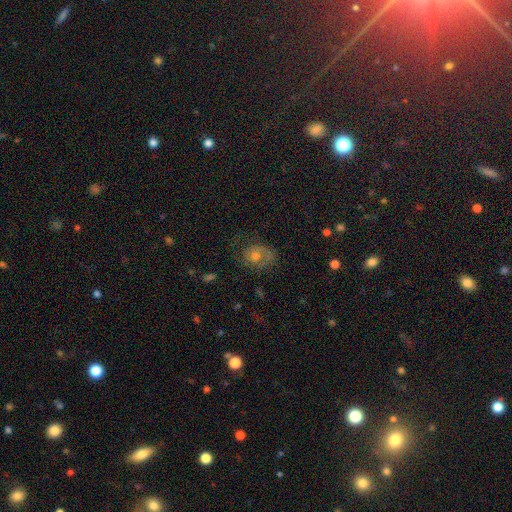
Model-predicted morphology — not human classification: smooth-or-featured: featured or disk: 56% | smooth: 29% | star or artifact: 14%
  disk-edge-on: no: 97% | yes: 3%
    bar: no: 79% | weak: 18% | strong: 3%
    has-spiral-arms: yes: 78% | no: 22%
    bulge-size: moderate: 60% | small: 27% | large: 8% | none: 3% | dominant: 2%
  merging: none: 60% | minor disturbance: 20% | major disturbance: 18% | merger: 2%